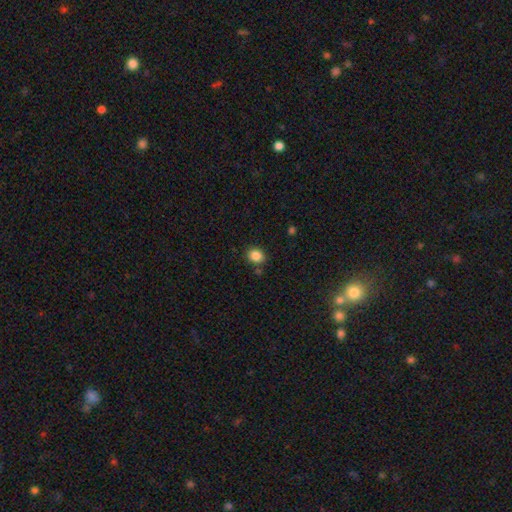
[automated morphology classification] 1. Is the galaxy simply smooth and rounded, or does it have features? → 85% smooth, 10% star or artifact, 4% featured or disk.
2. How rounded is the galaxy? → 64% round, 35% in between, 1% cigar-shaped.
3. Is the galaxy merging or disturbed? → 83% none, 10% minor disturbance, 5% merger, 3% major disturbance.